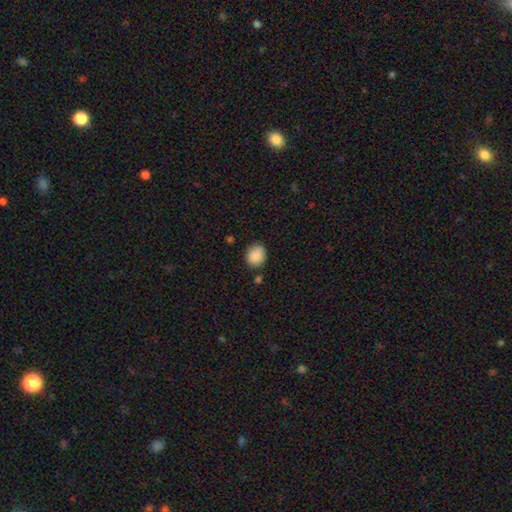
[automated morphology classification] A smooth galaxy with no disk features (89%) that is round (67%).

Vote fractions:
- Smooth or featured? smooth: 89% / star or artifact: 8% / featured or disk: 4%
- How rounded? round: 67% / in between: 32% / cigar-shaped: 1%
- Merging? none: 80% / minor disturbance: 14% / merger: 4% / major disturbance: 3%